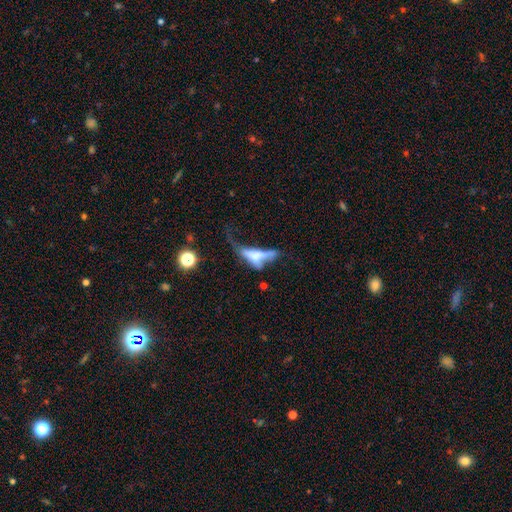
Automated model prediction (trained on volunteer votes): Smooth or featured? smooth (45%)
Merging? major disturbance (45%)